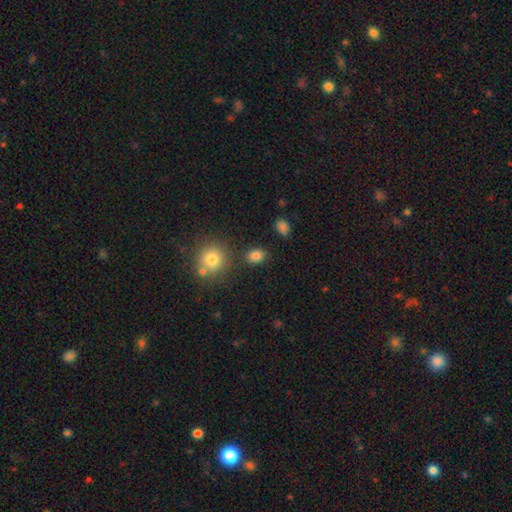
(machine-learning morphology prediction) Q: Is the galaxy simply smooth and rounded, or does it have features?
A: smooth — 83%.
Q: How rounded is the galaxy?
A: in between — 62%.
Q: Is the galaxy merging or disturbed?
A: none — 81%.